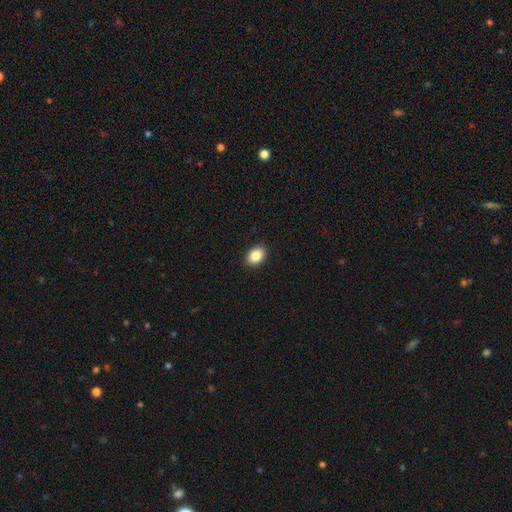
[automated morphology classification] Q: Smooth or featured?
A: smooth (86%); runner-up: star or artifact (8%)
Q: How rounded?
A: in between (75%); runner-up: round (24%)
Q: Merging?
A: none (90%); runner-up: minor disturbance (7%)